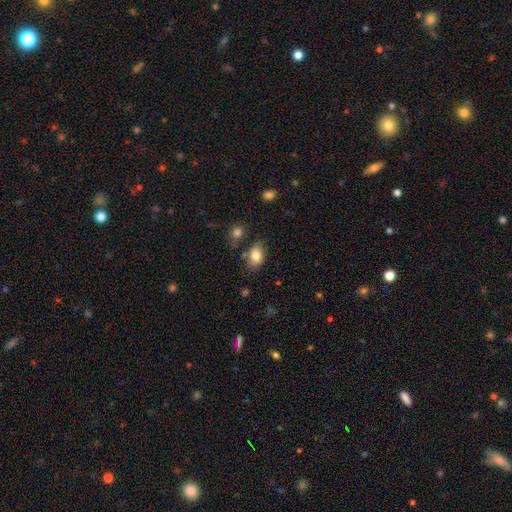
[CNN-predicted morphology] type=smooth (83%); roundness=in between (83%); merging=none (71%).